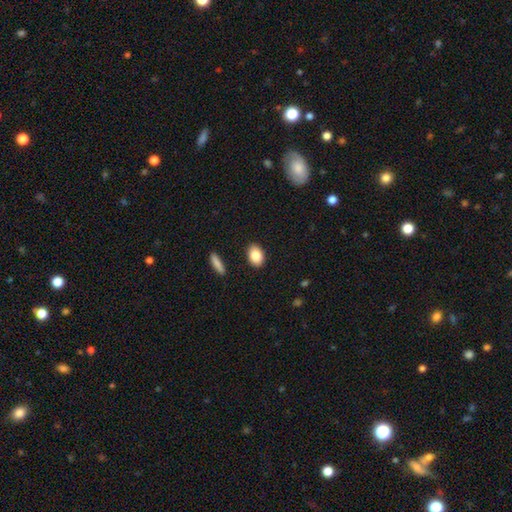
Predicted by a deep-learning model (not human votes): Smooth or featured: smooth — 85% (featured or disk — 7%)
How rounded: in between — 84% (round — 14%)
Merging: none — 89% (minor disturbance — 8%)